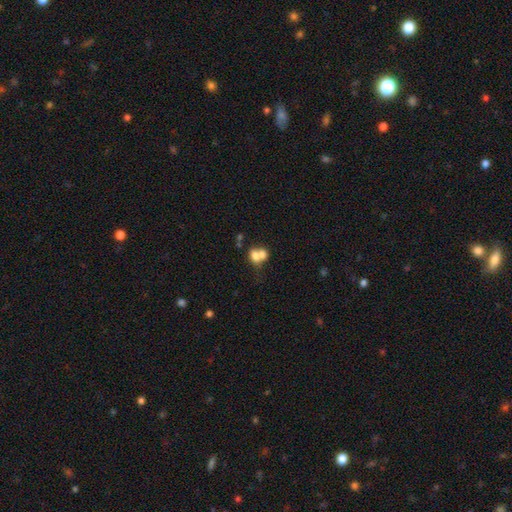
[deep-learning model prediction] This appears to be a smooth galaxy with no disk features (69%) that is round (50%). Merging: merger (67%).